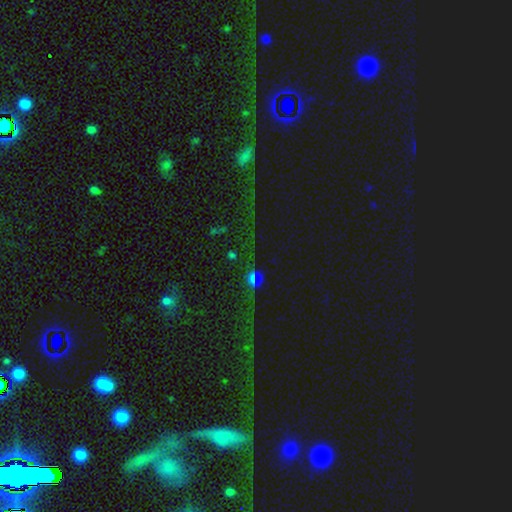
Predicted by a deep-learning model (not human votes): This is likely a star or artifact rather than a galaxy (70%).